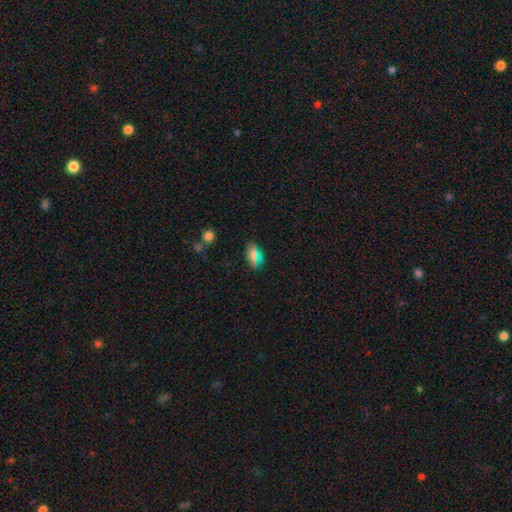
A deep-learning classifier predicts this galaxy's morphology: smooth_or_featured: smooth (p=0.69) [alt: star or artifact p=0.22]
how_rounded: in between (p=0.83) [alt: round p=0.11]
merging: none (p=0.82) [alt: minor disturbance p=0.12]